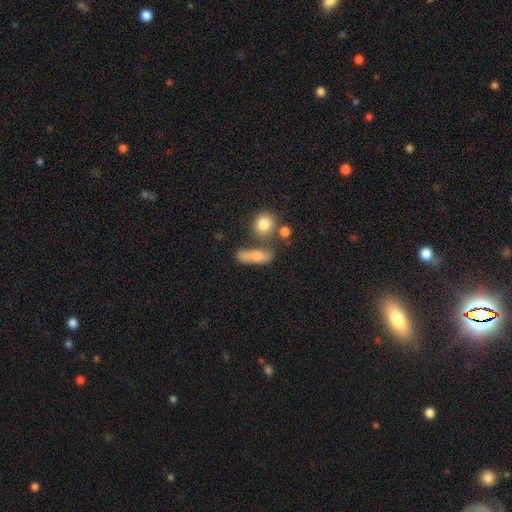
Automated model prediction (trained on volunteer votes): Morphology: type=smooth (75%); roundness=in between (52%); merging=none (50%).